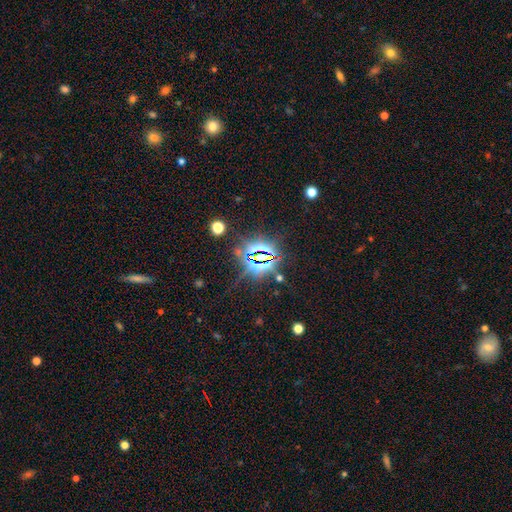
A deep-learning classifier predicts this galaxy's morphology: Q: Smooth or featured?
A: star or artifact (83%); runner-up: smooth (9%)